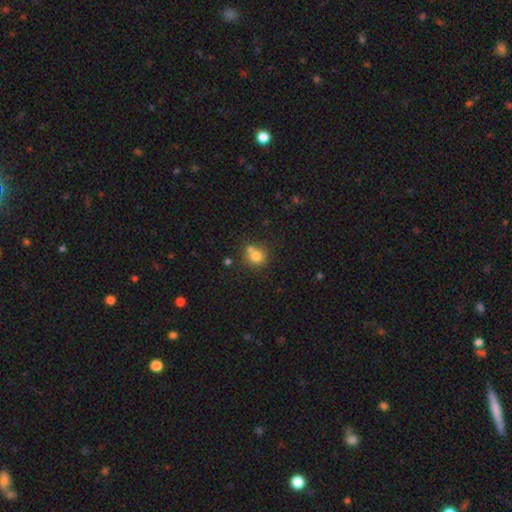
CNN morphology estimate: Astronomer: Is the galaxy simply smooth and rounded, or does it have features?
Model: smooth — 76%.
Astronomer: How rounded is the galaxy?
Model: round — 87%.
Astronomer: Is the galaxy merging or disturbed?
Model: none — 56%.